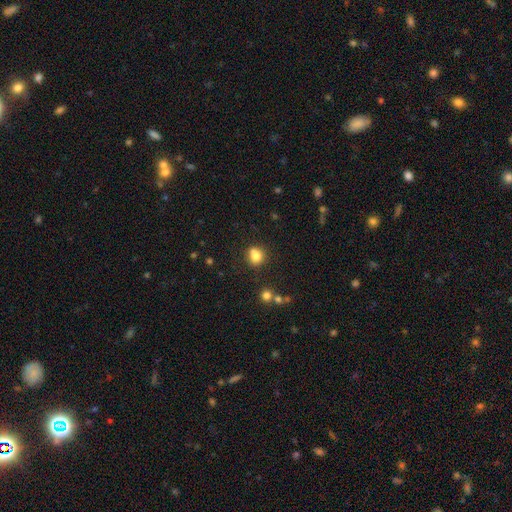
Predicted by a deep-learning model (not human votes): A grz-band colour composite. It shows a smooth galaxy with no disk features (78%) that is round (72%). Merging: none (55%).